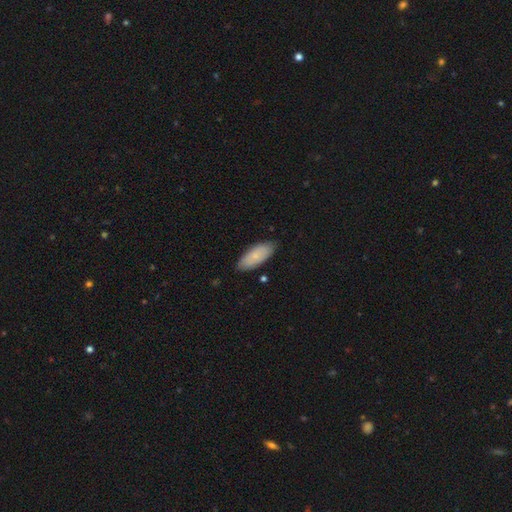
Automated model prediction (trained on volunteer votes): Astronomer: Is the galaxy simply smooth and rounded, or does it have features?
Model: smooth — 80%.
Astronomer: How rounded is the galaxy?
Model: in between — 82%.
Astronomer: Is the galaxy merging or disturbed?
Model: none — 83%.